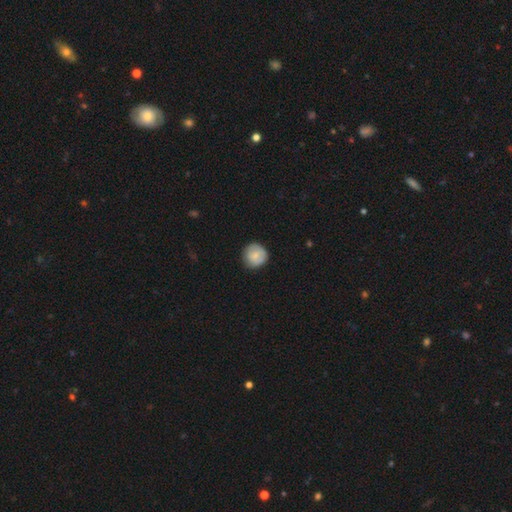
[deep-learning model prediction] smooth 77%, featured or disk 16%, star or artifact 7%. Down the decision tree: how rounded — round (93%); merging — none (81%).